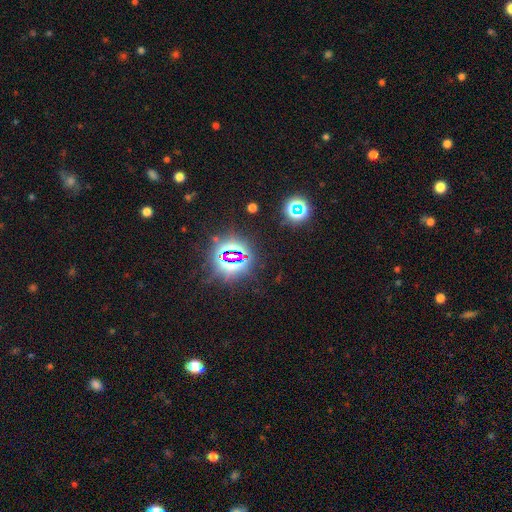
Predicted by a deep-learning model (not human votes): Smooth or featured? star or artifact (84%)